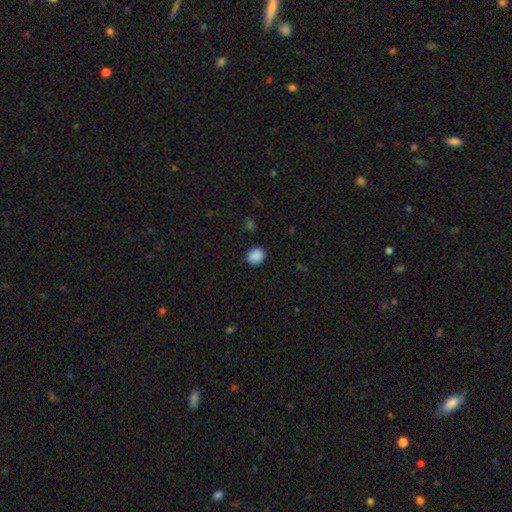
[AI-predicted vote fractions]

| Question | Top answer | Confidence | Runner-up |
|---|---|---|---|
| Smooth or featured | smooth | 88% | star or artifact (9%) |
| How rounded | round | 69% | in between (30%) |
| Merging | none | 86% | minor disturbance (10%) |